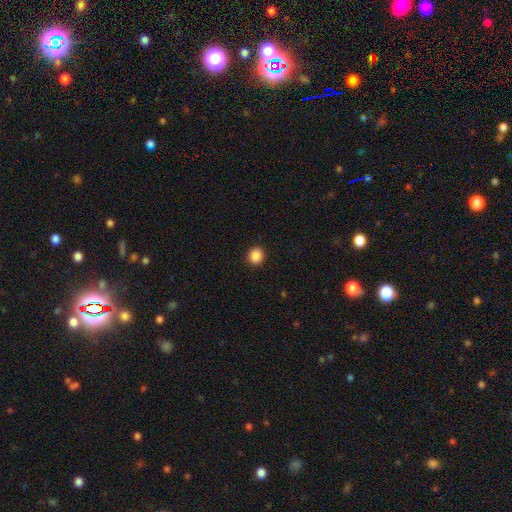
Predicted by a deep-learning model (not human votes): A smooth galaxy with no disk features (88%) that is round (87%). Merging: none (92%).